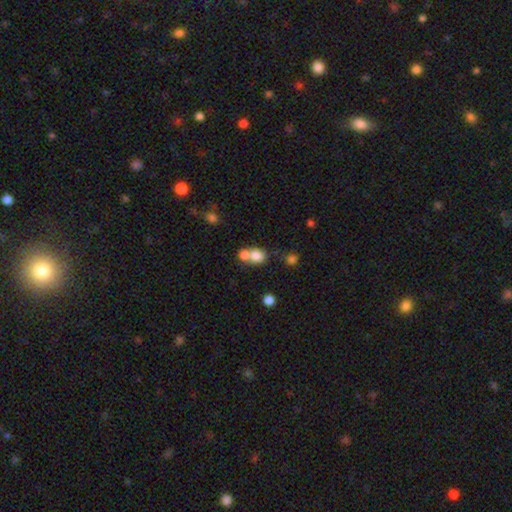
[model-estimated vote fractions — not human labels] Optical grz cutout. It shows a smooth galaxy with no disk features (78%) that is round (59%). Merging: merger (52%).